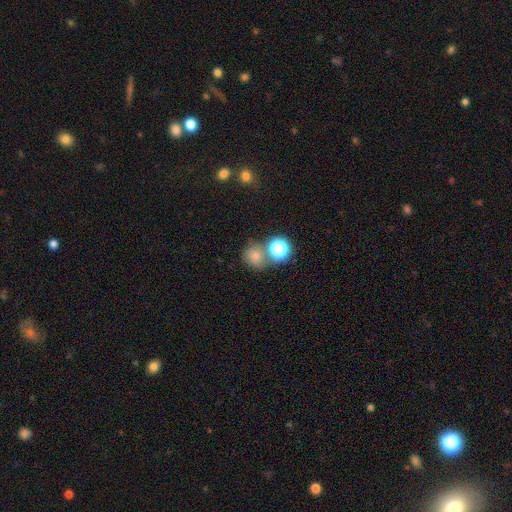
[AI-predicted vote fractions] smooth-or-featured: smooth: 68% | star or artifact: 23% | featured or disk: 9%
  how-rounded: round: 83% | in between: 16% | cigar-shaped: 1%
  merging: none: 63% | merger: 23% | minor disturbance: 10% | major disturbance: 4%